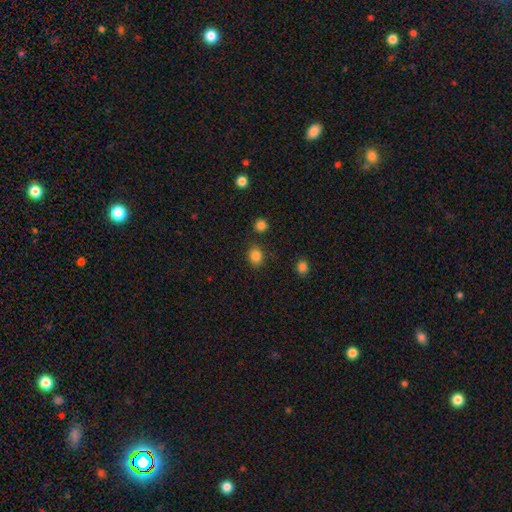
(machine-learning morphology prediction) type=smooth (85%); roundness=round (67%); merging=none (84%).